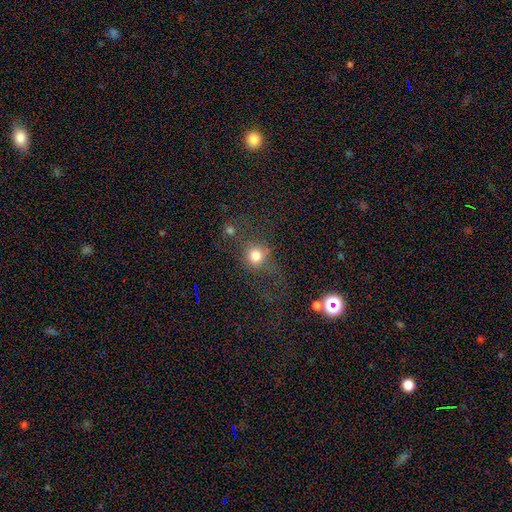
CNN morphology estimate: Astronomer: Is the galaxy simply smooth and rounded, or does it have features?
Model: smooth — 73%.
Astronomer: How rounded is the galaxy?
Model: round — 84%.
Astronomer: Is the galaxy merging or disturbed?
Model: none — 55%.